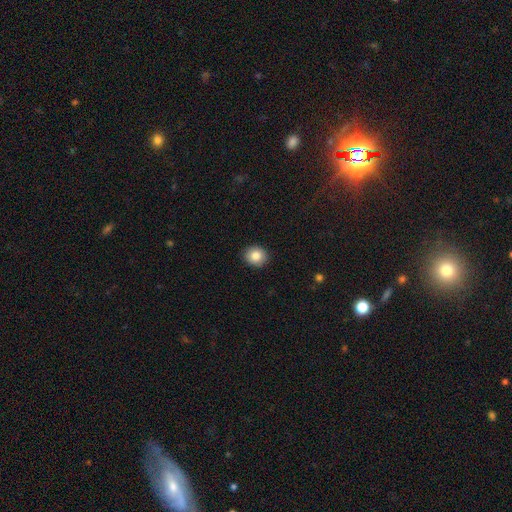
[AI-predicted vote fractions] smooth_or_featured: smooth (p=0.84) [alt: star or artifact p=0.09]
how_rounded: round (p=0.76) [alt: in between p=0.23]
merging: none (p=0.91) [alt: minor disturbance p=0.07]